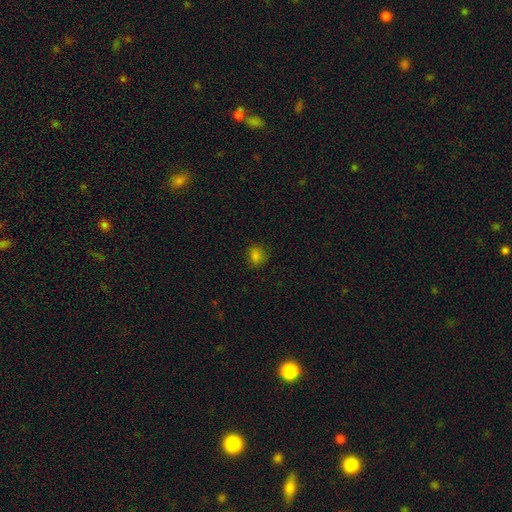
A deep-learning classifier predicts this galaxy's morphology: Overall: smooth (80%). How rounded: round (67%; in between 32%). Merging: none (82%).